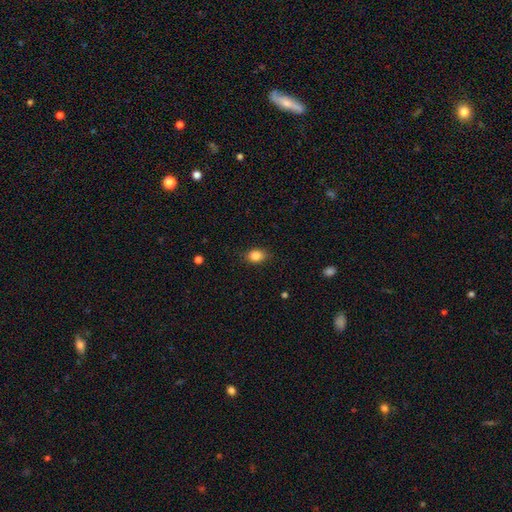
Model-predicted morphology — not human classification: Q: Smooth or featured?
A: smooth (86%); runner-up: star or artifact (9%)
Q: How rounded?
A: in between (68%); runner-up: round (31%)
Q: Merging?
A: none (84%); runner-up: minor disturbance (12%)